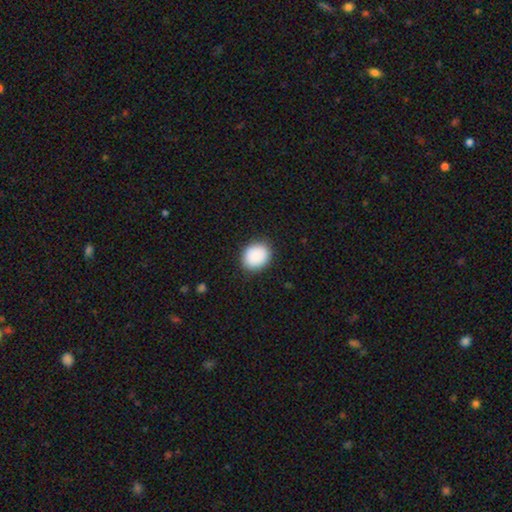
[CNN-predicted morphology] smooth 89%, star or artifact 7%, featured or disk 4%. Down the decision tree: how rounded — round (65%); merging — none (88%).